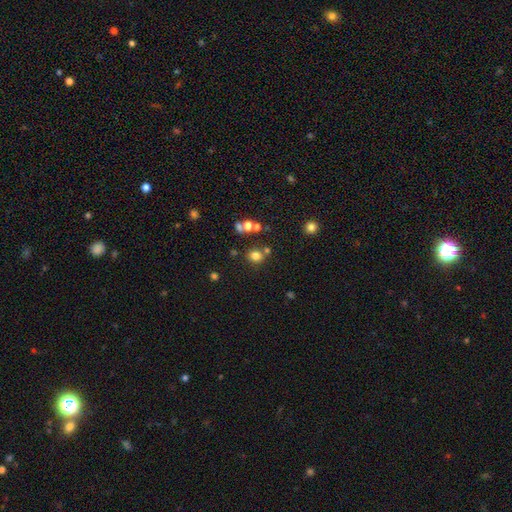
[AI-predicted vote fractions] Overall: smooth (75%). How rounded: round (79%). Merging: none (71%).